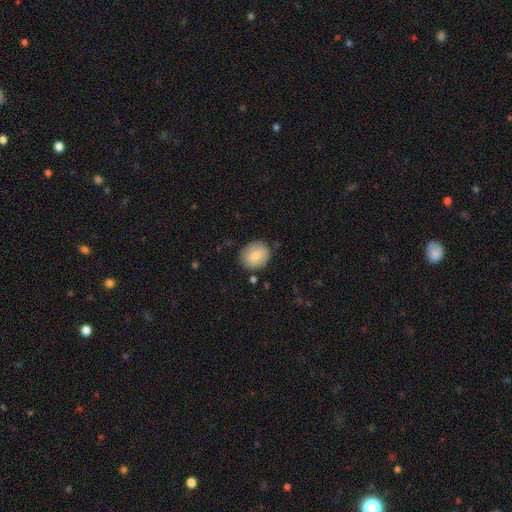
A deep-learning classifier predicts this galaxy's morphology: Smooth or featured? smooth (79%)
How rounded? round (64%)
Merging? none (81%)